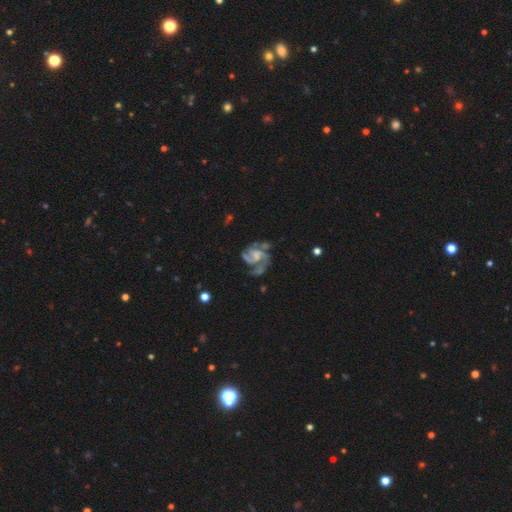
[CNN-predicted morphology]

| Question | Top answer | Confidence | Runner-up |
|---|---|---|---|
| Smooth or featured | featured or disk | 85% | smooth (9%) |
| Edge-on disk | no | 98% | yes (2%) |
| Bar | no | 54% | weak (36%) |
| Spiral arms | yes | 93% | no (7%) |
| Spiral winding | medium | 48% | tight (36%) |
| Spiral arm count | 2 | 35% | 3 (33%) |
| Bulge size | moderate | 34% | small (30%) |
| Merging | none | 45% | major disturbance (27%) |